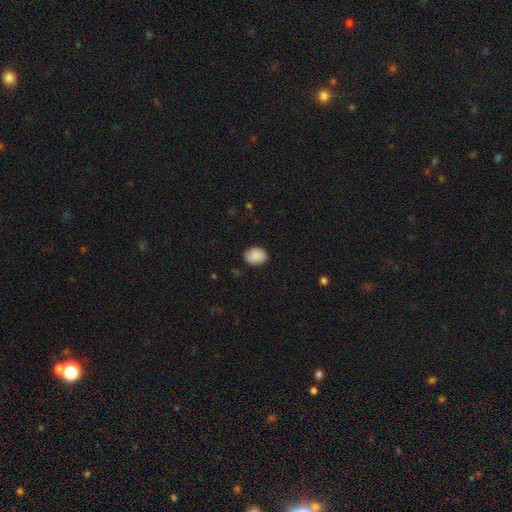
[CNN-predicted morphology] A smooth galaxy with no disk features (86%) that is in between round and cigar-shaped (55%). Merging: none (83%).